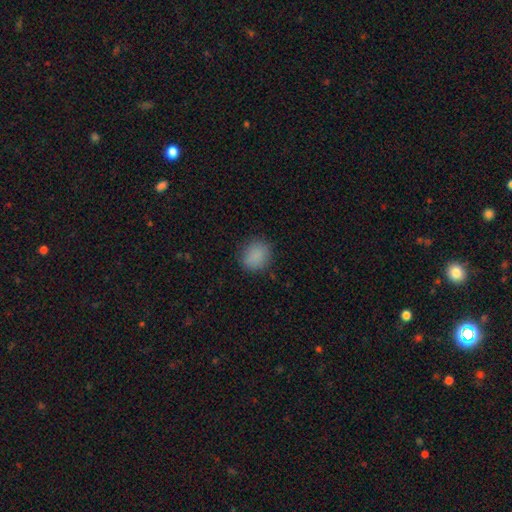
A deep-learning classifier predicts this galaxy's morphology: smooth 86%, star or artifact 10%, featured or disk 4%. Down the decision tree: how rounded — round (71%); merging — none (84%).